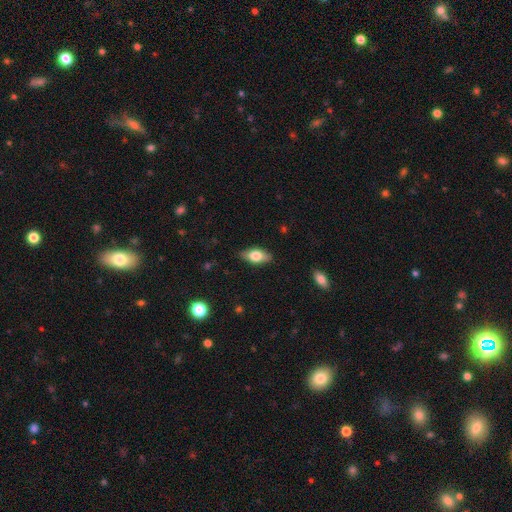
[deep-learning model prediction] A smooth galaxy with no disk features (69%) that is in between round and cigar-shaped (84%). Merging: none (85%).